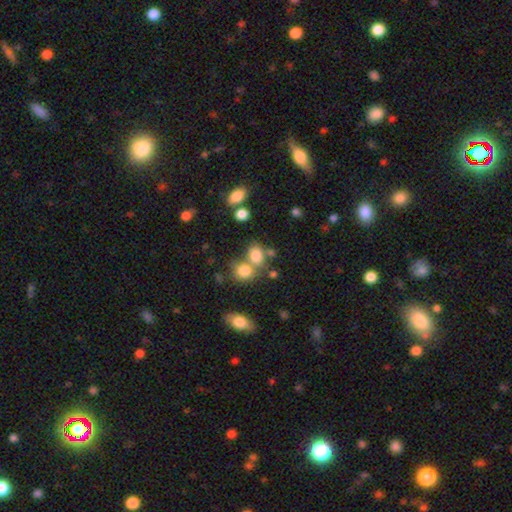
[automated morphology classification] This is likely a smooth galaxy (79%). How rounded: possibly in between (59%). Merging: marginally none (45%).